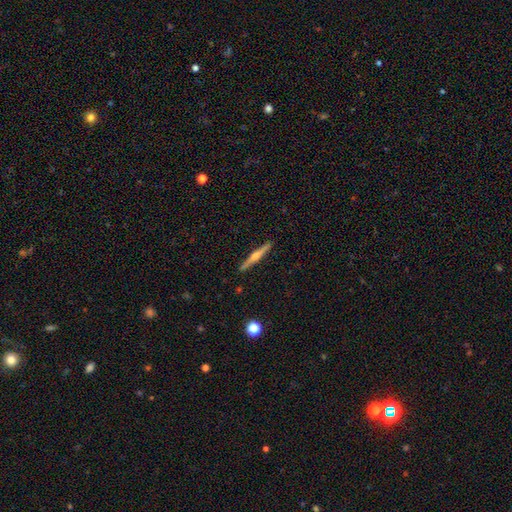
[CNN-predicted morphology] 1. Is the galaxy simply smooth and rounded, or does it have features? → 71% featured or disk, 24% smooth, 5% star or artifact.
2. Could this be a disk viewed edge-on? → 98% yes, 2% no.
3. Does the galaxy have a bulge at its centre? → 85% rounded, 8% boxy, 7% none.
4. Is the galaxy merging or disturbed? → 92% none, 6% minor disturbance, 1% major disturbance, 1% merger.